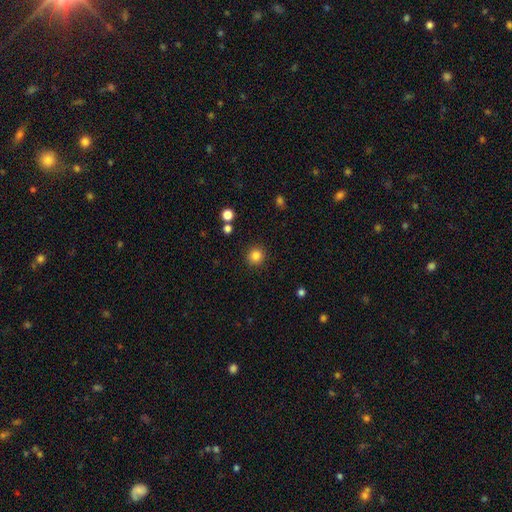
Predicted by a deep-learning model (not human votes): A smooth galaxy with no disk features (84%) that is round (94%).

Vote fractions:
- Smooth or featured? smooth: 84% / star or artifact: 12% / featured or disk: 5%
- How rounded? round: 94% / in between: 5% / cigar-shaped: 1%
- Merging? none: 91% / minor disturbance: 6% / major disturbance: 2% / merger: 2%